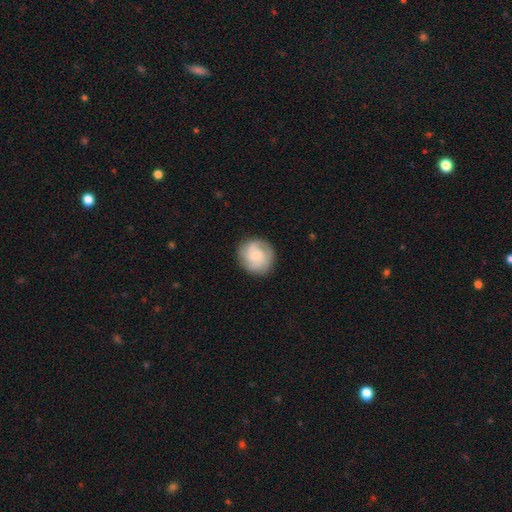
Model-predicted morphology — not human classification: Smooth or featured? featured or disk (53%)
Edge-on disk? no (98%)
Bar? no (61%)
Spiral arms? yes (89%)
Bulge size? small (53%)
Merging? none (82%)